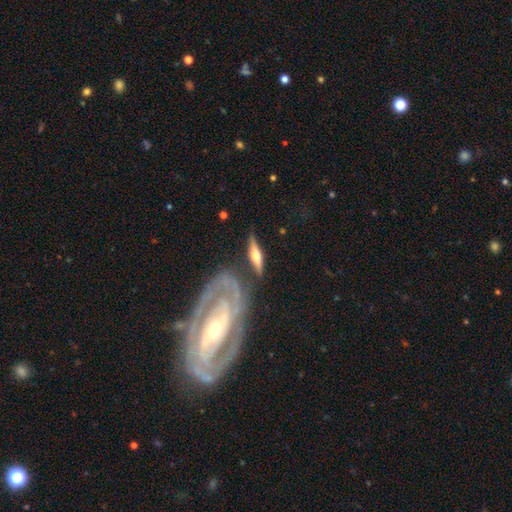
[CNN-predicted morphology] This appears to be a featured or disk galaxy (63%) viewed edge-on (89%) with a rounded central bulge (92%). Merging: none (72%).